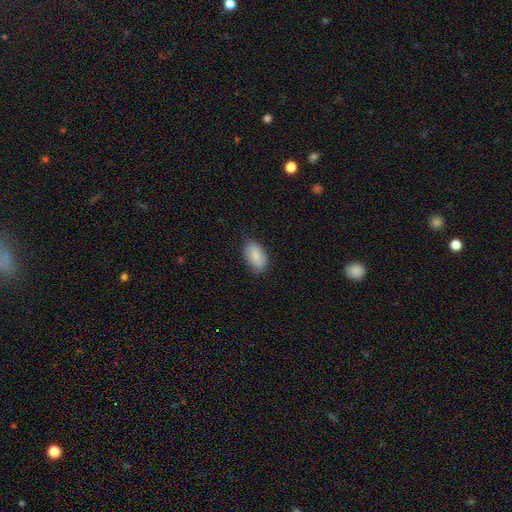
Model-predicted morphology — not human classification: smooth-or-featured: smooth: 82% | featured or disk: 11% | star or artifact: 7%
  how-rounded: in between: 91% | round: 7% | cigar-shaped: 2%
  merging: none: 77% | minor disturbance: 18% | major disturbance: 4% | merger: 1%